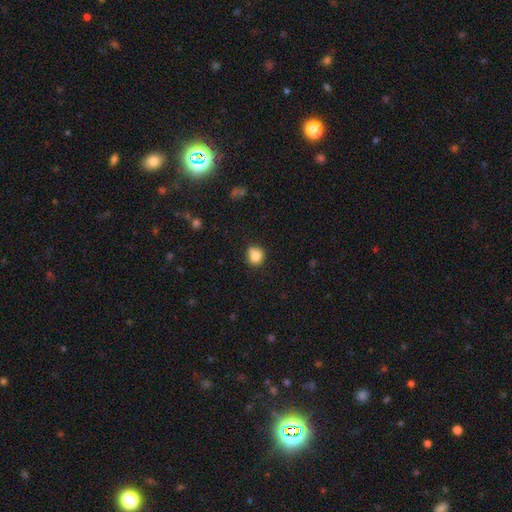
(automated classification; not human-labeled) smooth_or_featured: smooth (p=0.82) [alt: star or artifact p=0.11]
how_rounded: round (p=0.86) [alt: in between p=0.13]
merging: none (p=0.71) [alt: minor disturbance p=0.16]